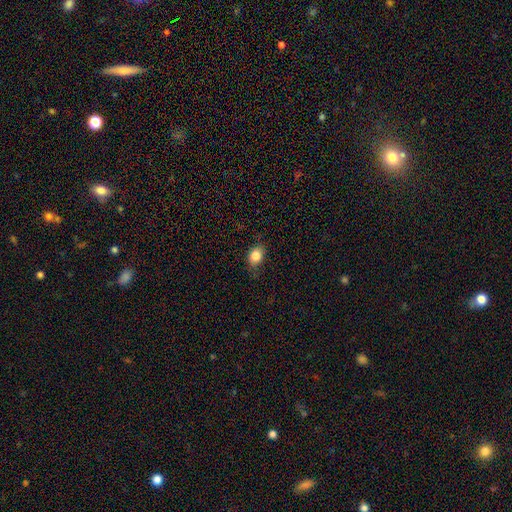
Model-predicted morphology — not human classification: type=smooth (84%); roundness=in between (68%); merging=none (73%).